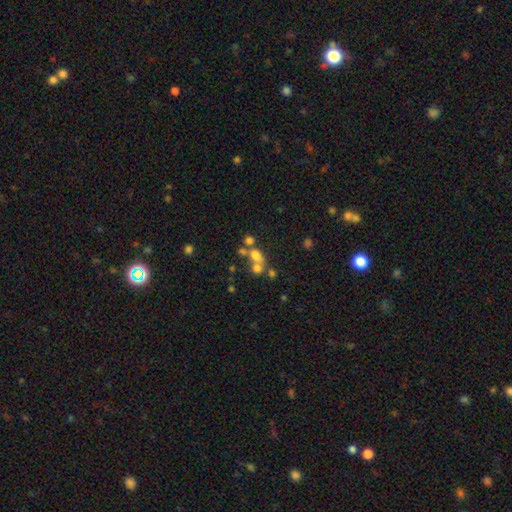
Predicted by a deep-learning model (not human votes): This appears to be a smooth galaxy with no disk features (62%) that is round (49%, tied with in between). Merging: merger (52%).